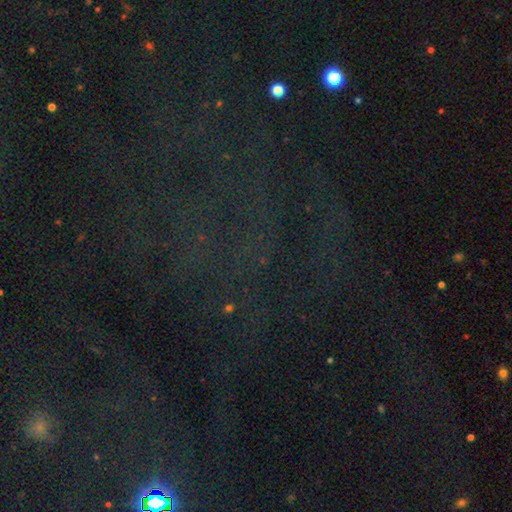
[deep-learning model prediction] This appears to be a star or artifact, not a galaxy (77%).